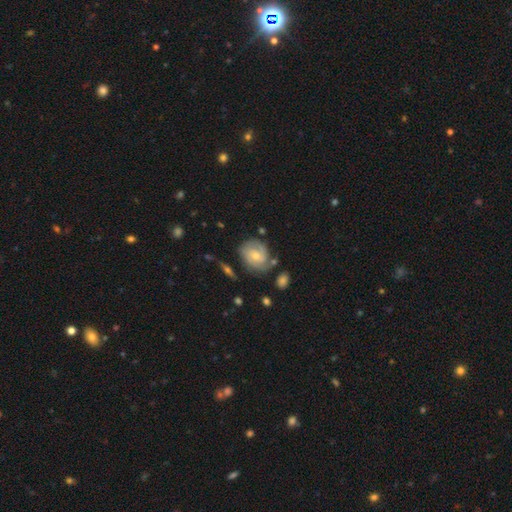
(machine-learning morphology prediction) This appears to be a featured or disk galaxy (67%) with no bar (67%), 2 (46%) tight (60%) spiral arms (89%) and a small central bulge (48%). Merging: none (65%).